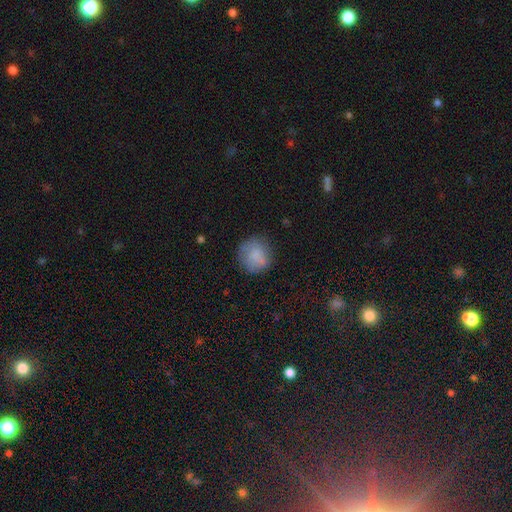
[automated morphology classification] Smooth or featured?
  - smooth: 77% *
  - featured or disk: 15%
  - star or artifact: 8%
How rounded?
  - round: 88% *
  - in between: 11%
  - cigar-shaped: 1%
Merging?
  - none: 68% *
  - minor disturbance: 21%
  - major disturbance: 7%
  - merger: 5%